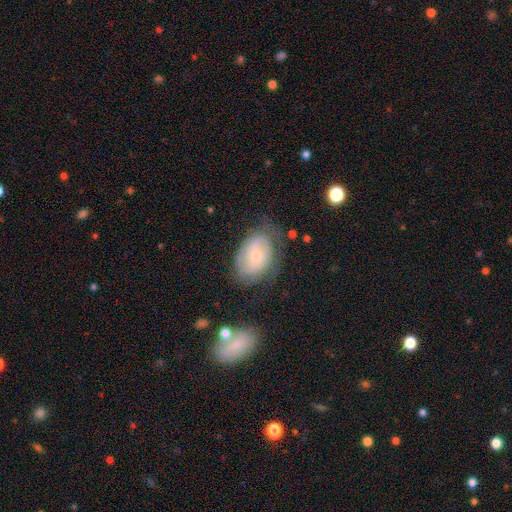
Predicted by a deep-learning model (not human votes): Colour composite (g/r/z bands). It shows a featured or disk galaxy (52%). Merging: none (61%).